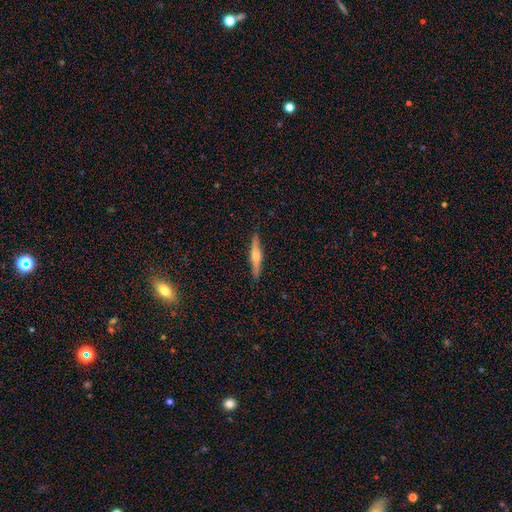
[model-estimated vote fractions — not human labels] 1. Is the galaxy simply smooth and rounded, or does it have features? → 48% smooth, 46% featured or disk, 6% star or artifact.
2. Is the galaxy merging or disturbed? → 89% none, 8% minor disturbance, 2% major disturbance, 1% merger.